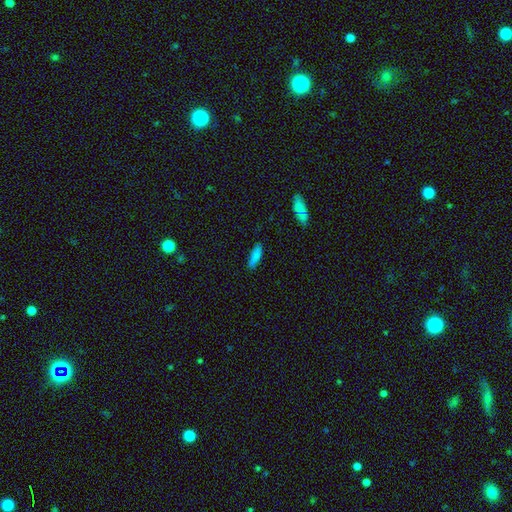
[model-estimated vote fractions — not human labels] This appears to be a smooth galaxy with no disk features (83%) that is cigar-shaped (56%). Merging: none (80%).